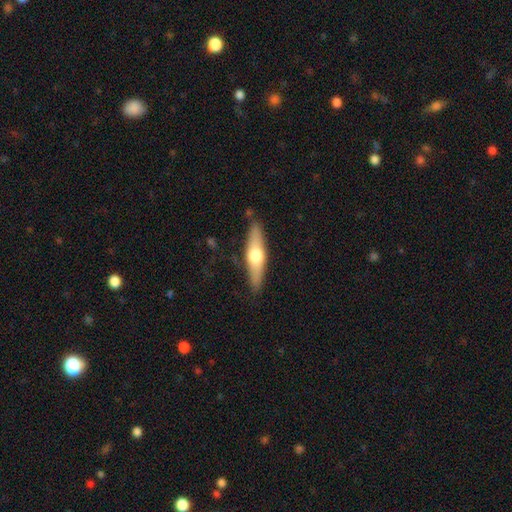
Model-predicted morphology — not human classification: Smooth or featured? Predicted: featured or disk (p=0.48). Merging? Predicted: none (p=0.84).